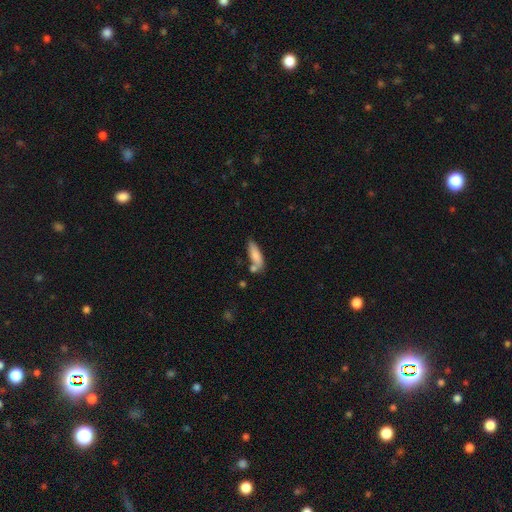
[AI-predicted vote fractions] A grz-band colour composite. It shows a smooth galaxy with no disk features (82%) that is cigar-shaped (55%). Merging: none (60%).